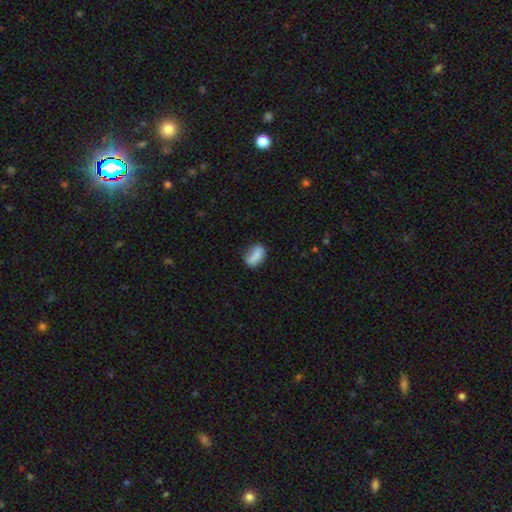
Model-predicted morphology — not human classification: Smooth or featured: smooth — 76% (featured or disk — 16%)
How rounded: in between — 83% (round — 12%)
Merging: none — 56% (minor disturbance — 29%)